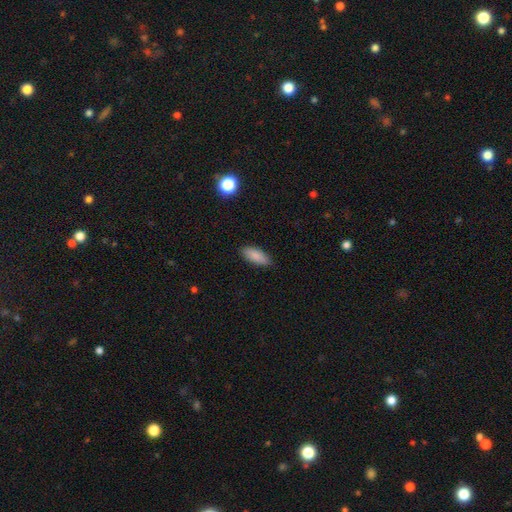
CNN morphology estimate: A smooth galaxy with no disk features (87%) that is in between round and cigar-shaped (79%).

Vote fractions:
- Smooth or featured? smooth: 87% / star or artifact: 7% / featured or disk: 6%
- How rounded? in between: 79% / cigar-shaped: 19% / round: 2%
- Merging? none: 86% / minor disturbance: 11% / major disturbance: 2% / merger: 1%